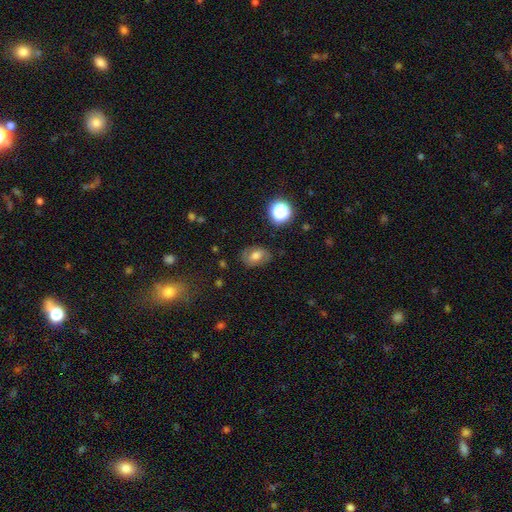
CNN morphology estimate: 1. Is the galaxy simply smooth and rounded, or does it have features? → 59% smooth, 27% featured or disk, 14% star or artifact.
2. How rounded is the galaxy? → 69% in between, 30% round, 1% cigar-shaped.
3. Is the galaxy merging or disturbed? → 78% none, 15% minor disturbance, 5% major disturbance, 1% merger.